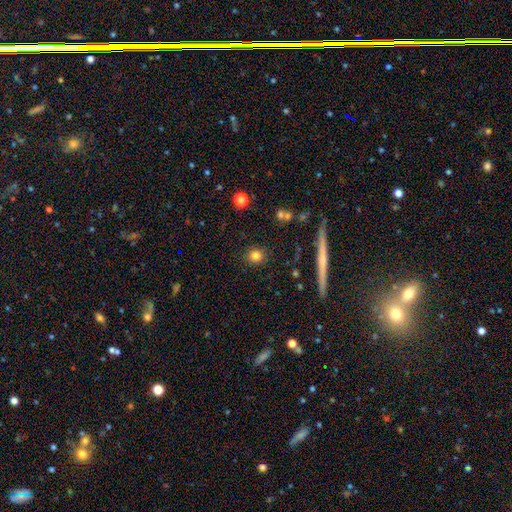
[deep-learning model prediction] Smooth or featured?
  - smooth: 80% *
  - star or artifact: 12%
  - featured or disk: 8%
How rounded?
  - round: 84% *
  - in between: 14%
  - cigar-shaped: 2%
Merging?
  - none: 89% *
  - minor disturbance: 7%
  - major disturbance: 2%
  - merger: 2%